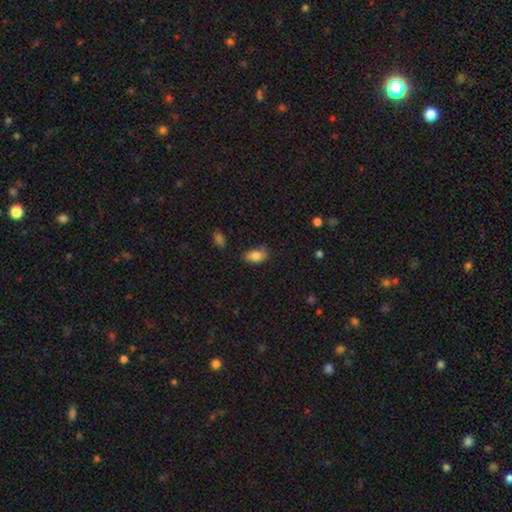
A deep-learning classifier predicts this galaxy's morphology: A smooth galaxy with no disk features (81%) that is in between round and cigar-shaped (90%). Merging: none (65%).